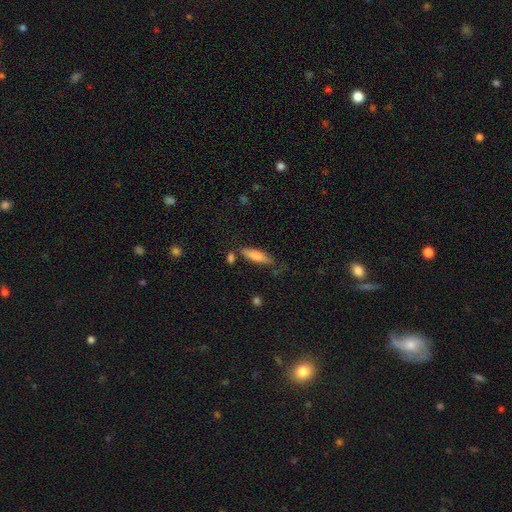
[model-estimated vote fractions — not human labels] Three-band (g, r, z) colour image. It shows a smooth galaxy with no disk features (79%) that is cigar-shaped (57%). Merging: none (67%).